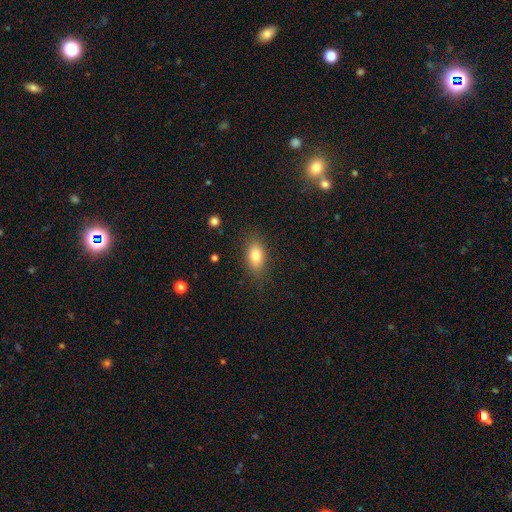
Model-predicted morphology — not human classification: Overall: smooth (80%). How rounded: in between (86%). Merging: none (84%).